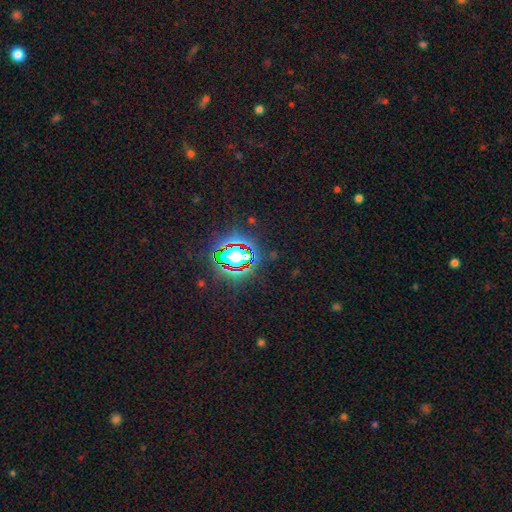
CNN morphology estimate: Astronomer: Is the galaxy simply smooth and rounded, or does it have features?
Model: star or artifact — 82%.